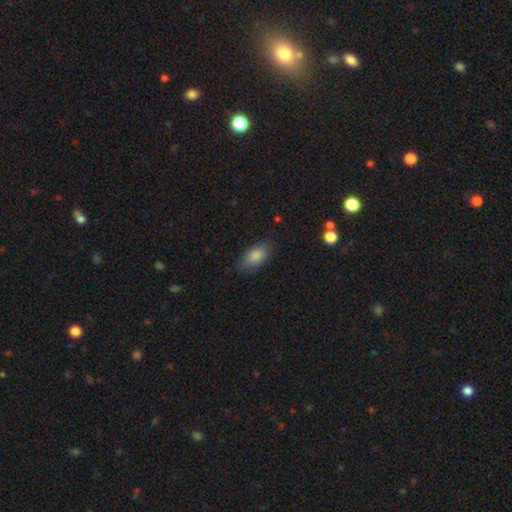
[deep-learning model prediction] Smooth or featured? Predicted: smooth (p=0.84). How rounded? Predicted: in between (p=0.90). Merging? Predicted: none (p=0.76).